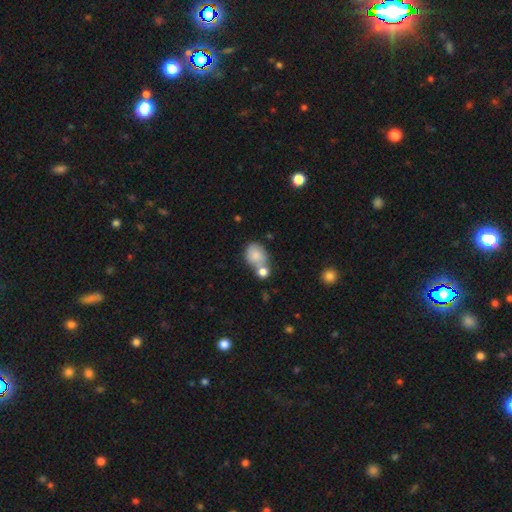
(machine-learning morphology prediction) A smooth galaxy with no disk features (81%) that is in between round and cigar-shaped (50%).

Vote fractions:
- Smooth or featured? smooth: 81% / featured or disk: 11% / star or artifact: 8%
- How rounded? in between: 50% / round: 49% / cigar-shaped: 1%
- Merging? merger: 44% / none: 37% / minor disturbance: 14% / major disturbance: 5%